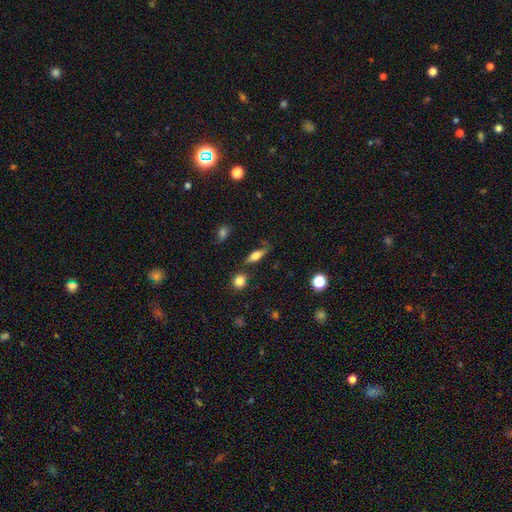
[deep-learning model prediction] Q: Smooth or featured?
A: smooth (54%); runner-up: featured or disk (37%)
Q: How rounded?
A: in between (50%); runner-up: cigar-shaped (44%)
Q: Merging?
A: none (72%); runner-up: minor disturbance (18%)